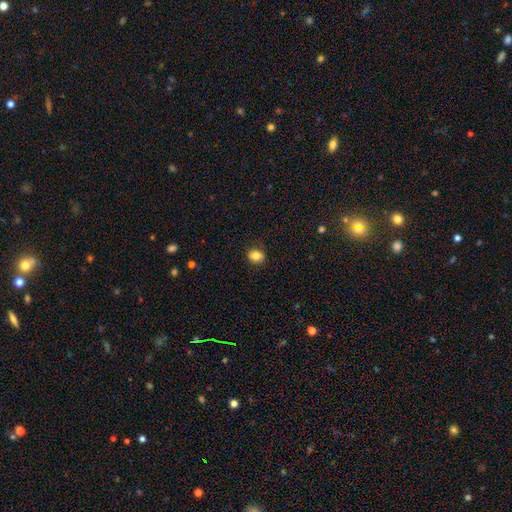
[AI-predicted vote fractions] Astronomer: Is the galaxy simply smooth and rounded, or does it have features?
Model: smooth — 83%.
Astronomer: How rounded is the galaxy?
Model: round — 59% (runner-up: in between, 40%).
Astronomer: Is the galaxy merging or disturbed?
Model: none — 87%.